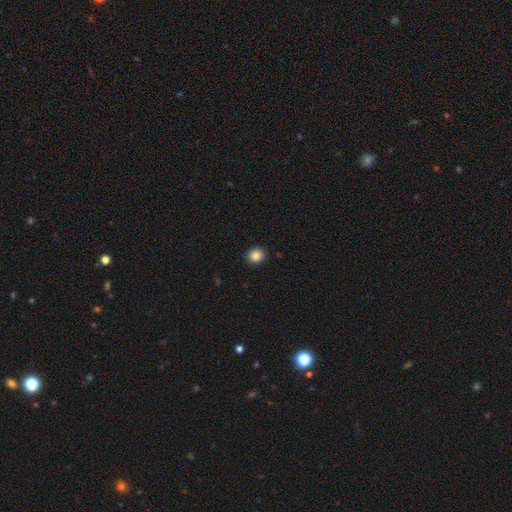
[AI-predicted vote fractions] Smooth or featured: smooth — 85% (star or artifact — 10%)
How rounded: round — 78% (in between — 22%)
Merging: none — 92% (minor disturbance — 5%)